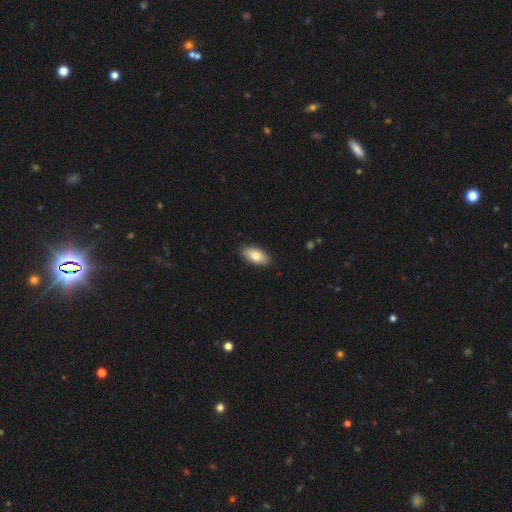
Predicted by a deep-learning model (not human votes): Smooth or featured: smooth — 81% (featured or disk — 13%)
How rounded: in between — 92% (cigar-shaped — 5%)
Merging: none — 89% (minor disturbance — 8%)